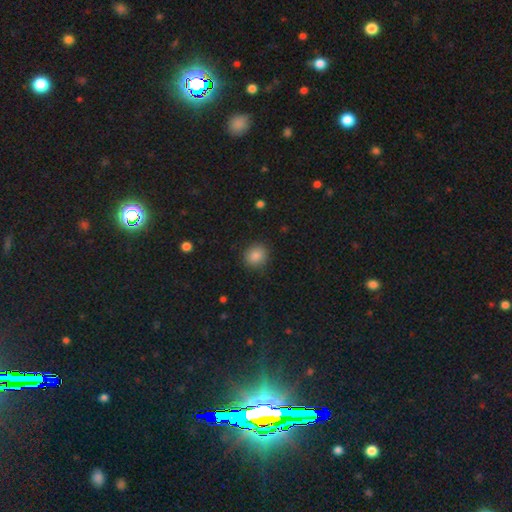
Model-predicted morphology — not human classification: This appears to be a smooth galaxy with no disk features (86%) that is round (79%). Merging: none (88%).